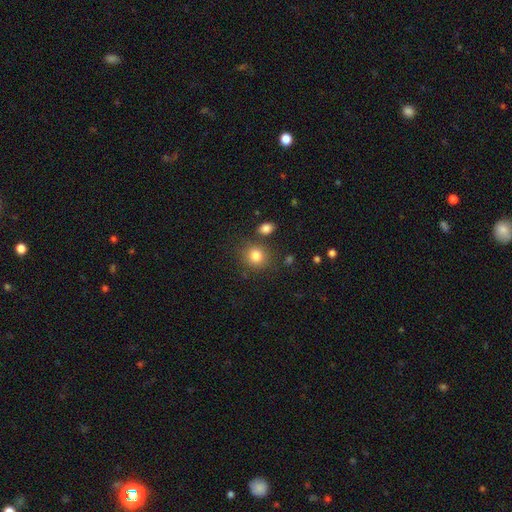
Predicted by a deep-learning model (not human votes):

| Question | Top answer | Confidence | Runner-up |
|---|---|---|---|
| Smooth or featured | smooth | 83% | star or artifact (11%) |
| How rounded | round | 80% | in between (19%) |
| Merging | none | 78% | minor disturbance (11%) |